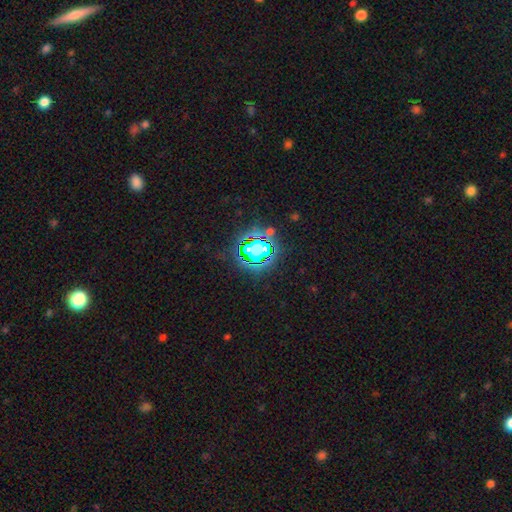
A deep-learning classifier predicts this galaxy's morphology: Smooth or featured?
  - star or artifact: 74% *
  - smooth: 18%
  - featured or disk: 8%